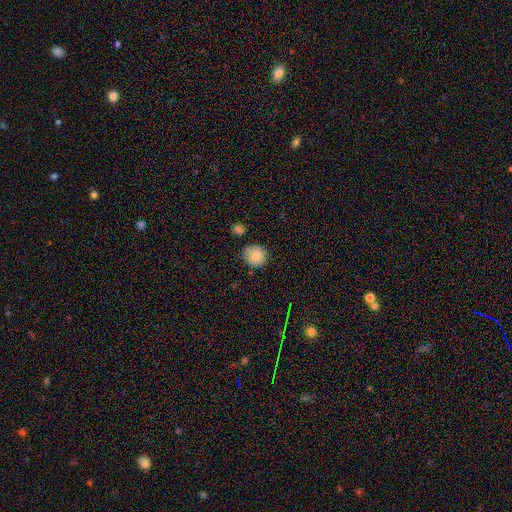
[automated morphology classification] A smooth galaxy with no disk features (81%) that is round (89%).

Vote fractions:
- Smooth or featured? smooth: 81% / star or artifact: 10% / featured or disk: 9%
- How rounded? round: 89% / in between: 10% / cigar-shaped: 1%
- Merging? none: 81% / minor disturbance: 13% / merger: 3% / major disturbance: 3%